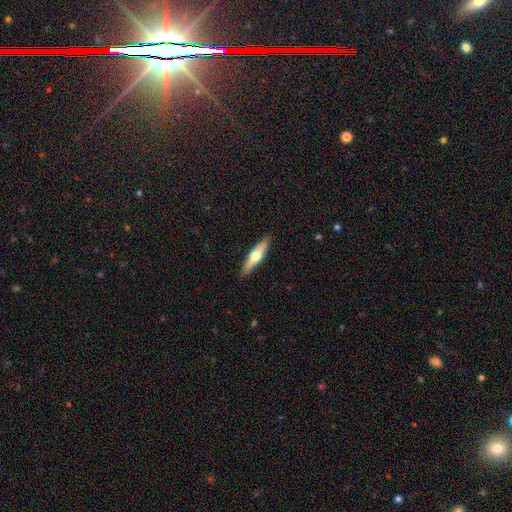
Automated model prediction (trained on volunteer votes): Smooth or featured? featured or disk (51%)
Edge-on disk? yes (93%)
Merging? none (90%)